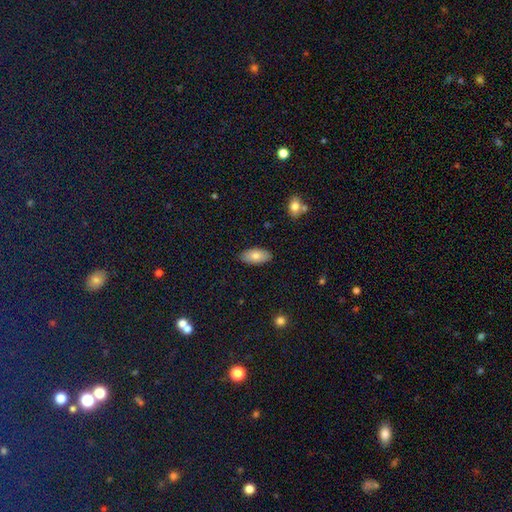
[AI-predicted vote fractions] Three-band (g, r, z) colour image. It shows a smooth galaxy with no disk features (77%) that is in between round and cigar-shaped (92%). Merging: none (86%).